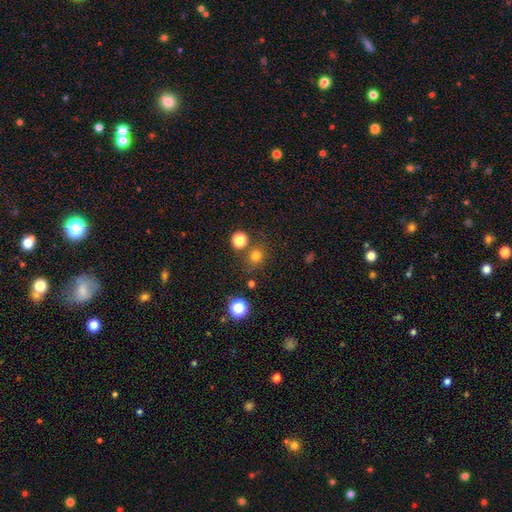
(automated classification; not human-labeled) Q: Smooth or featured?
A: smooth (75%); runner-up: star or artifact (19%)
Q: How rounded?
A: round (83%); runner-up: in between (16%)
Q: Merging?
A: none (72%); runner-up: merger (12%)